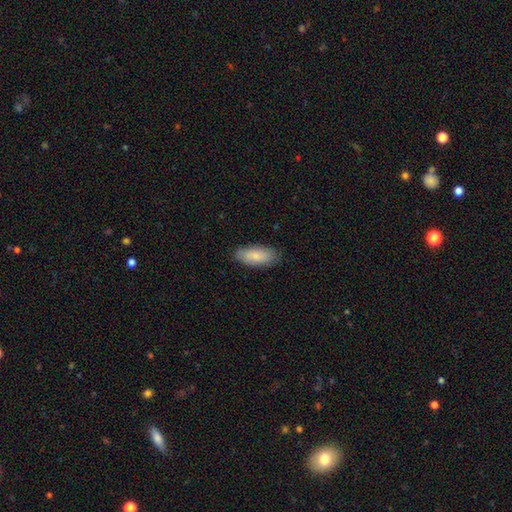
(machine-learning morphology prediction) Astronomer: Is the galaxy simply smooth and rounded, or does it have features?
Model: smooth — 82%.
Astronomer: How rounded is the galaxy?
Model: in between — 85%.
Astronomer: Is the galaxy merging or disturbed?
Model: none — 84%.